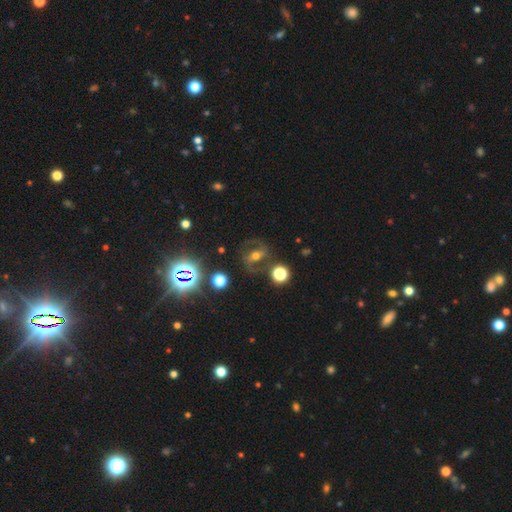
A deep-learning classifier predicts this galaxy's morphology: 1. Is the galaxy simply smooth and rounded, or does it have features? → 64% featured or disk, 21% star or artifact, 15% smooth.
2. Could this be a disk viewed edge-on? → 94% no, 6% yes.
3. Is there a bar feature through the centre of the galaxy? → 48% strong, 32% weak, 20% no.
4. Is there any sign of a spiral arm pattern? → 86% yes, 14% no.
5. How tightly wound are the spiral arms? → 51% medium, 28% loose, 21% tight.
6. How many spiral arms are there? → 89% 2, 6% can't tell, 2% 1, 1% 3, 1% 4, 1% more than 4.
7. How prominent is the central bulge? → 66% moderate, 22% small, 8% large, 2% none, 2% dominant.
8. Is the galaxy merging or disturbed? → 77% none, 12% minor disturbance, 7% major disturbance, 3% merger.